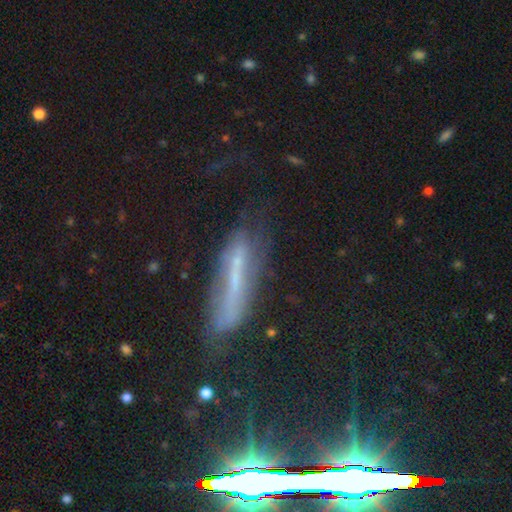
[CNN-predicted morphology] Smooth or featured?
  - featured or disk: 39% *
  - smooth: 32%
  - star or artifact: 29%
Merging?
  - none: 62% *
  - minor disturbance: 23%
  - major disturbance: 11%
  - merger: 3%